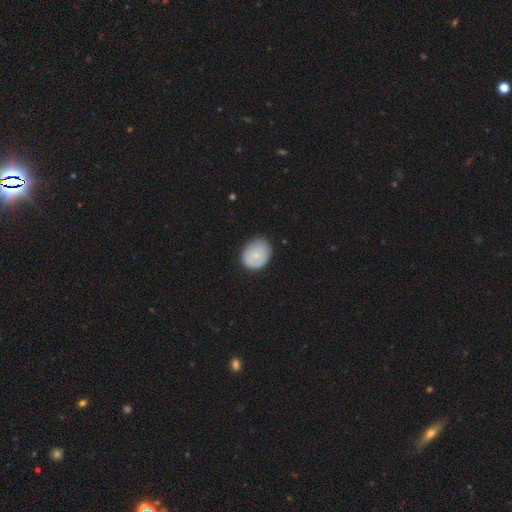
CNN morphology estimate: smooth 71%, featured or disk 22%, star or artifact 7%. Down the decision tree: how rounded — round (56%); merging — none (76%).